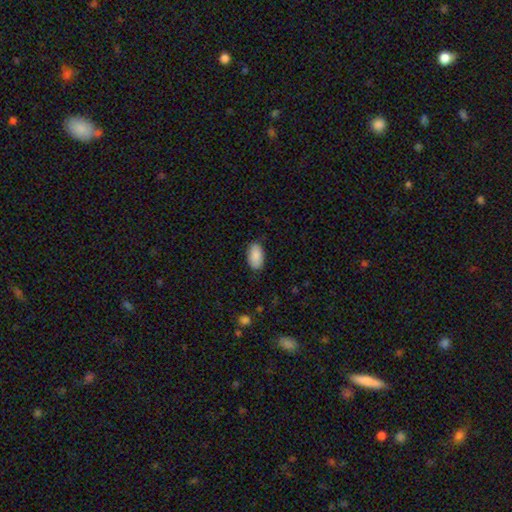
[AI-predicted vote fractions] A smooth galaxy with no disk features (89%) that is in between round and cigar-shaped (95%).

Vote fractions:
- Smooth or featured? smooth: 89% / star or artifact: 6% / featured or disk: 5%
- How rounded? in between: 95% / round: 3% / cigar-shaped: 2%
- Merging? none: 84% / minor disturbance: 13% / major disturbance: 3% / merger: 1%